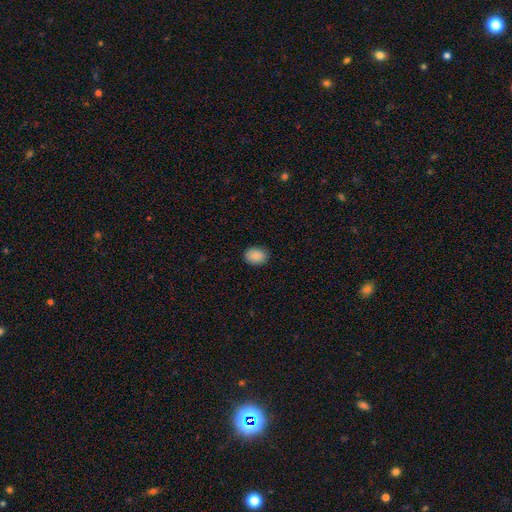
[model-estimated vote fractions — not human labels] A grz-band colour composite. It shows a smooth galaxy with no disk features (89%) that is in between round and cigar-shaped (71%). Merging: none (89%).